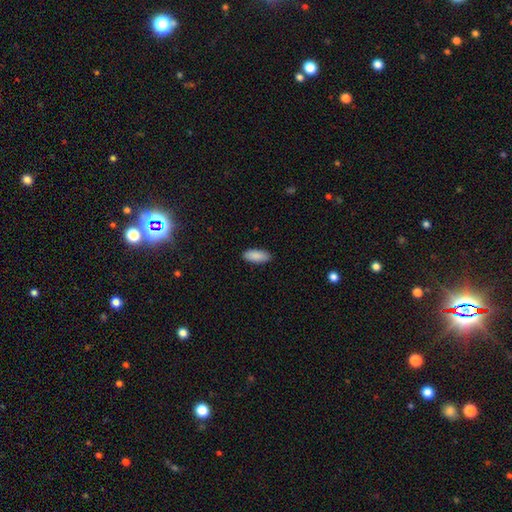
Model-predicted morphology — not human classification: This is clearly a smooth galaxy (89%). How rounded: clearly in between (84%). Merging: clearly none (89%).